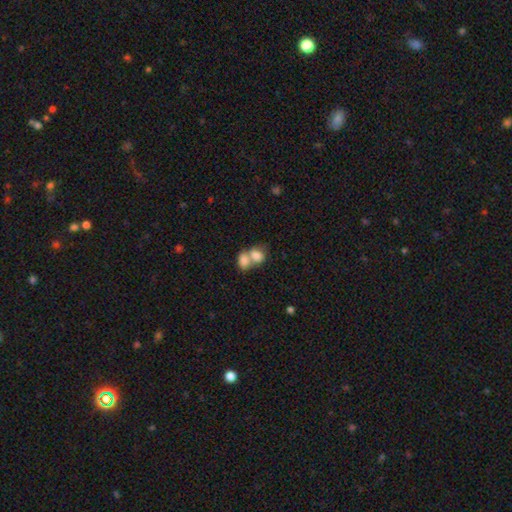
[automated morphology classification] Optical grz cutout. It shows a smooth galaxy with no disk features (79%) that is in between round and cigar-shaped (64%). Merging: merger (74%).